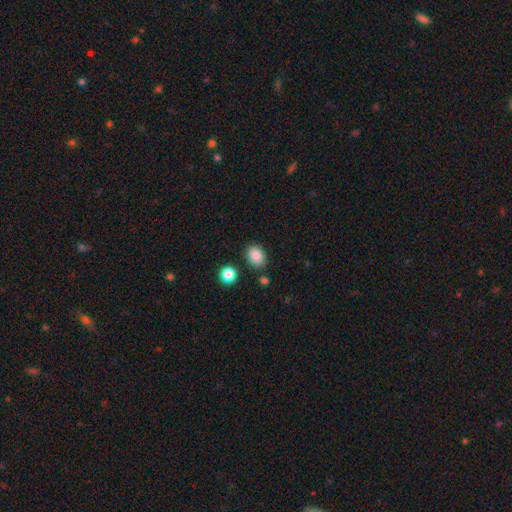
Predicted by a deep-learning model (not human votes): A smooth galaxy with no disk features (86%) that is in between round and cigar-shaped (62%). Merging: none (83%).